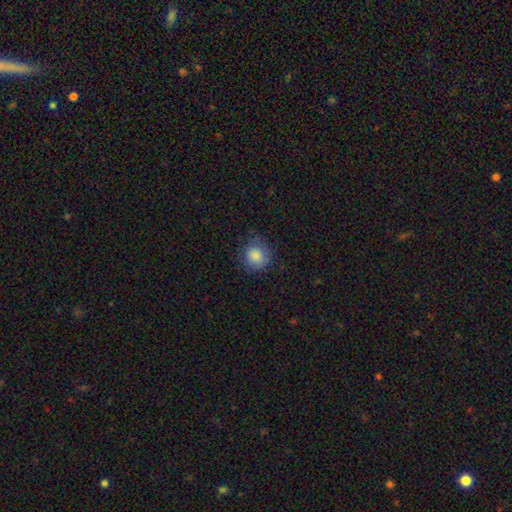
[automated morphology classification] Q: Smooth or featured?
A: smooth (85%); runner-up: star or artifact (9%)
Q: How rounded?
A: round (90%); runner-up: in between (9%)
Q: Merging?
A: none (73%); runner-up: minor disturbance (20%)